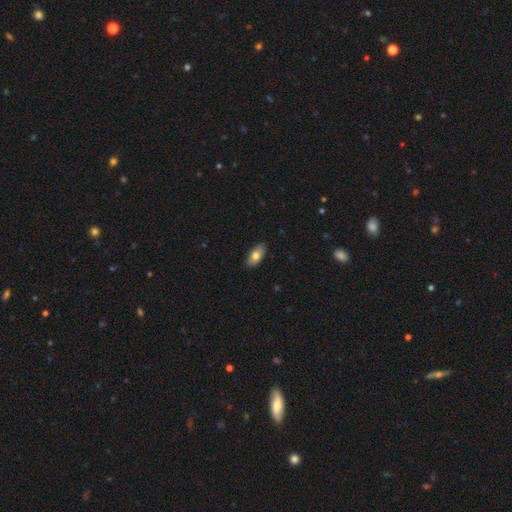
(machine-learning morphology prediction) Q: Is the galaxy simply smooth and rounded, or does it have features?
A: smooth — 75%.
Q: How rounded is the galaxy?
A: in between — 91%.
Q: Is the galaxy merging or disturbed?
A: none — 87%.